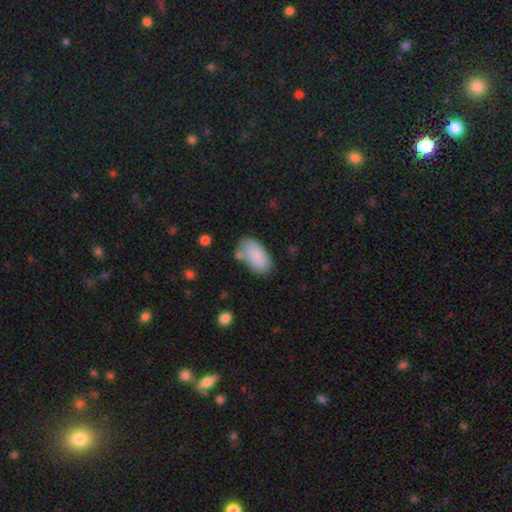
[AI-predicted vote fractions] Smooth or featured?
  - smooth: 83% *
  - featured or disk: 11%
  - star or artifact: 6%
How rounded?
  - in between: 94% *
  - round: 3%
  - cigar-shaped: 2%
Merging?
  - none: 63% *
  - minor disturbance: 20%
  - merger: 11%
  - major disturbance: 5%